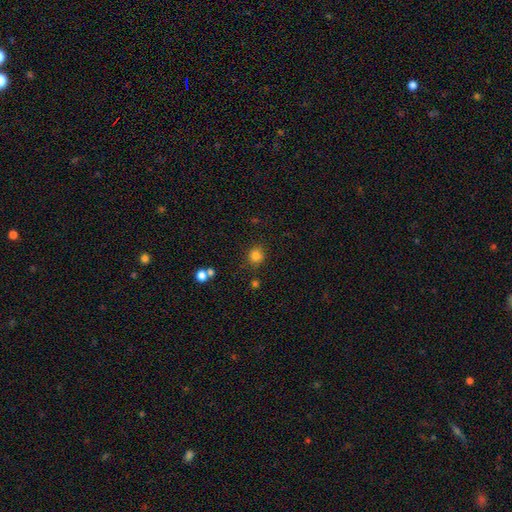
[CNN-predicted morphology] smooth_or_featured: smooth (p=0.82) [alt: star or artifact p=0.13]
how_rounded: round (p=0.88) [alt: in between p=0.11]
merging: none (p=0.84) [alt: minor disturbance p=0.09]